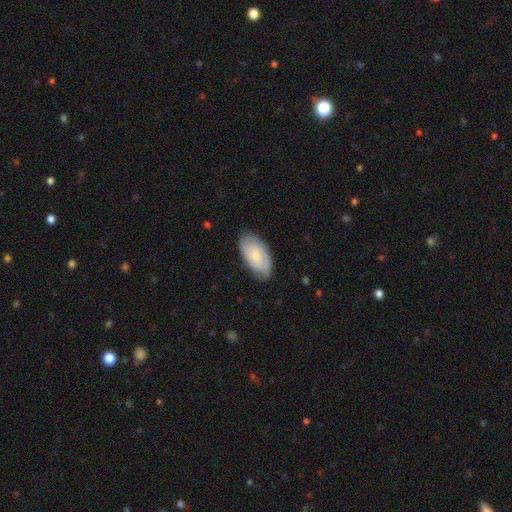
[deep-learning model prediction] Morphology: type=smooth (55%); roundness=in between (94%); merging=none (79%).